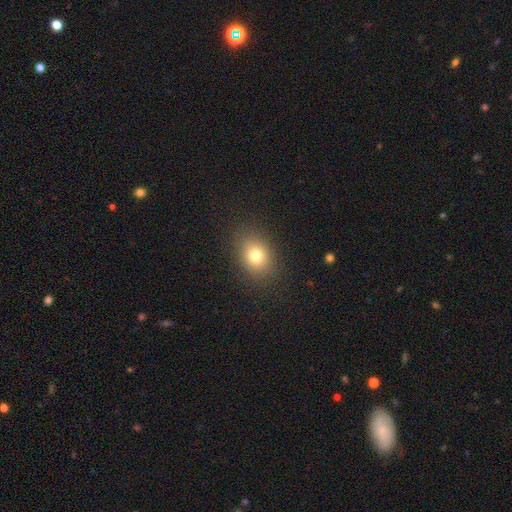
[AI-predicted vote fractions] Smooth or featured? smooth (76%)
How rounded? in between (56%)
Merging? none (86%)